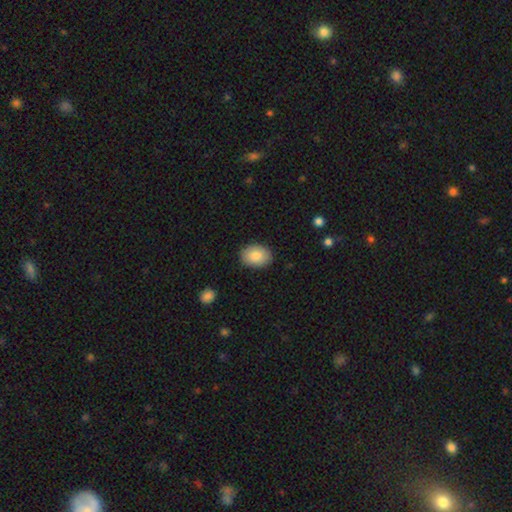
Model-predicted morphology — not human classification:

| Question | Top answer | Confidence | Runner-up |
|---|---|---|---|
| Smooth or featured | smooth | 85% | featured or disk (8%) |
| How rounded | in between | 78% | round (21%) |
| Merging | none | 87% | minor disturbance (10%) |